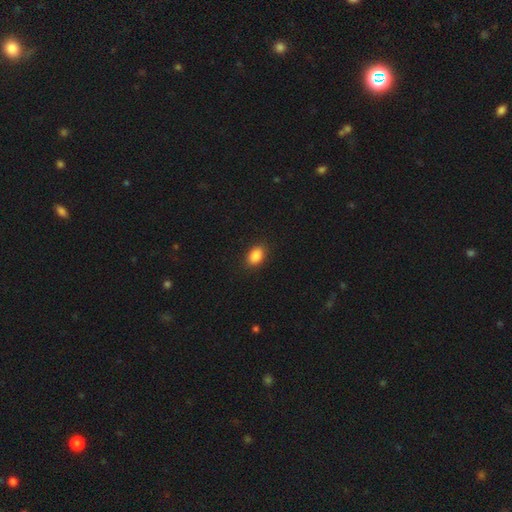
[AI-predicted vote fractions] smooth_or_featured: smooth (p=0.88) [alt: star or artifact p=0.09]
how_rounded: in between (p=0.83) [alt: round p=0.16]
merging: none (p=0.88) [alt: minor disturbance p=0.08]